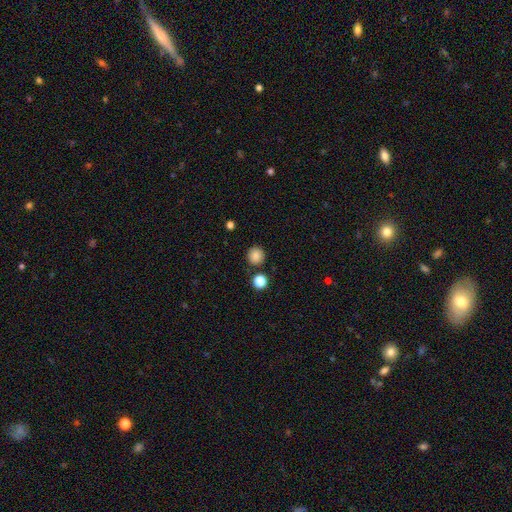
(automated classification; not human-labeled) smooth-or-featured: smooth: 86% | star or artifact: 11% | featured or disk: 4%
  how-rounded: round: 94% | in between: 5% | cigar-shaped: 1%
  merging: none: 87% | minor disturbance: 7% | merger: 4% | major disturbance: 2%